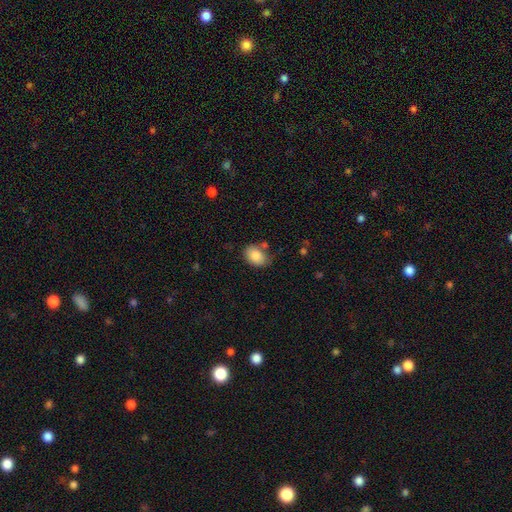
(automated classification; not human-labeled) Overall: smooth (85%). How rounded: in between (78%). Merging: none (68%).